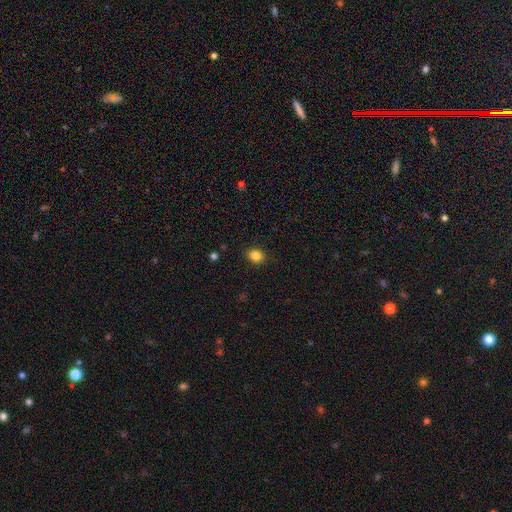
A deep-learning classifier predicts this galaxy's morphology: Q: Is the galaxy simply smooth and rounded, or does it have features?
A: smooth — 85%.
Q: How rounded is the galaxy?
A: round — 61%.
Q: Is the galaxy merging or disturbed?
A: none — 88%.